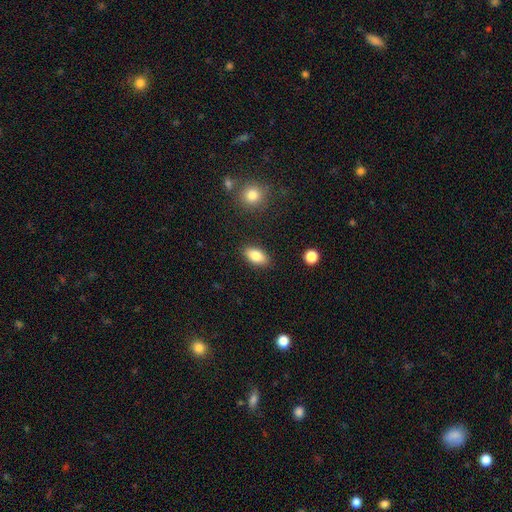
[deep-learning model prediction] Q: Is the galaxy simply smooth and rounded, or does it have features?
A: smooth — 82%.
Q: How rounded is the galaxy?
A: in between — 90%.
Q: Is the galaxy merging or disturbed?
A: none — 87%.